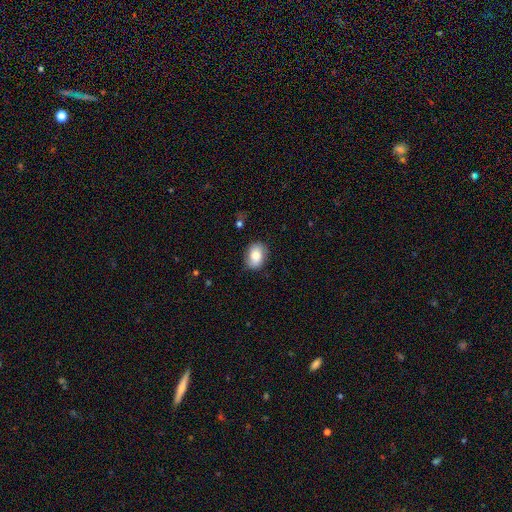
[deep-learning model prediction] Overall: smooth (82%). How rounded: in between (77%). Merging: none (82%).